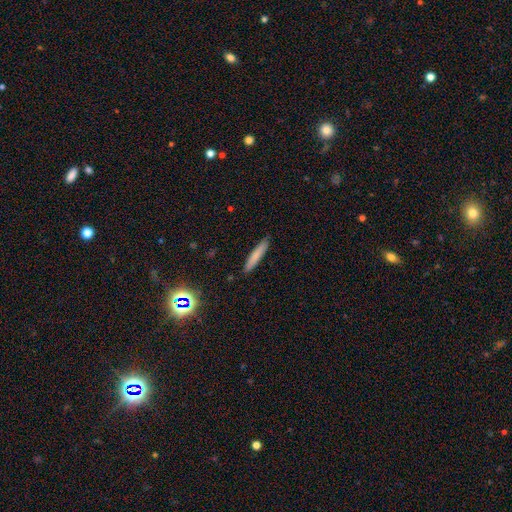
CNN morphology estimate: The model was most divided on "smooth or featured": smooth: 76%, featured or disk: 16%, star or artifact: 8%. More confident: how rounded — cigar-shaped (93%); merging — none (89%).